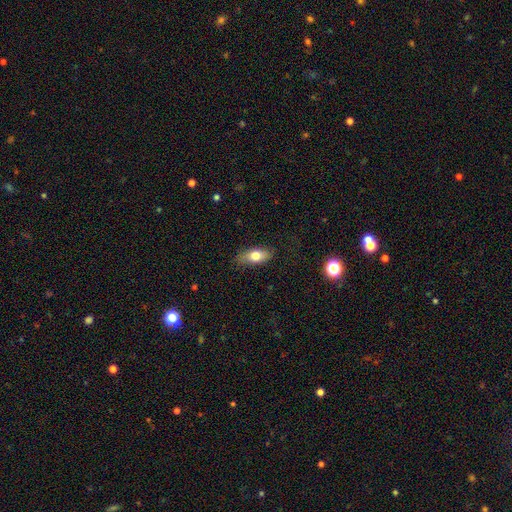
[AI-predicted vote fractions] Smooth or featured?
  - smooth: 73% *
  - featured or disk: 20%
  - star or artifact: 7%
How rounded?
  - in between: 81% *
  - cigar-shaped: 14%
  - round: 5%
Merging?
  - none: 81% *
  - minor disturbance: 15%
  - major disturbance: 3%
  - merger: 1%